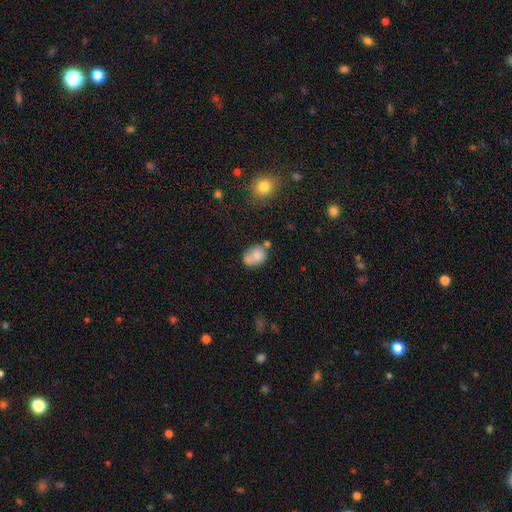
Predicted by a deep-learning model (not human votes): Smooth or featured: smooth — 76% (featured or disk — 14%)
How rounded: in between — 57% (round — 42%)
Merging: none — 42% (merger — 30%)